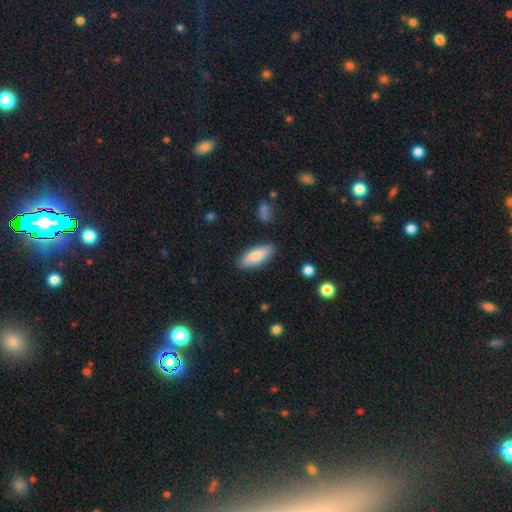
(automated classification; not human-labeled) smooth-or-featured: smooth: 76% | featured or disk: 18% | star or artifact: 6%
  how-rounded: in between: 71% | cigar-shaped: 26% | round: 2%
  merging: none: 85% | minor disturbance: 11% | major disturbance: 2% | merger: 2%